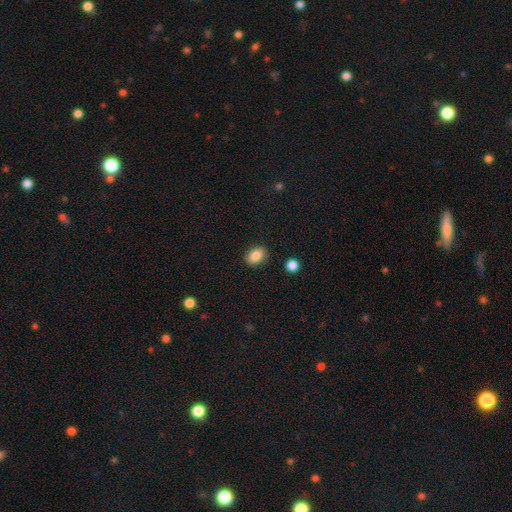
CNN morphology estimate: Smooth or featured? Predicted: smooth (p=0.87). How rounded? Predicted: in between (p=0.69). Merging? Predicted: none (p=0.88).